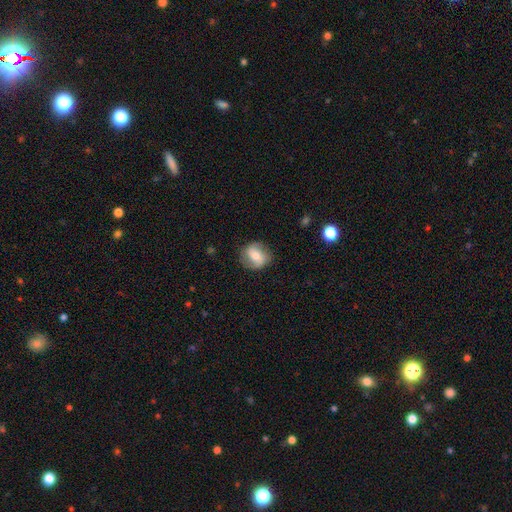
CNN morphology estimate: featured or disk 48%, smooth 44%, star or artifact 8%. Down the decision tree: merging — none (80%).